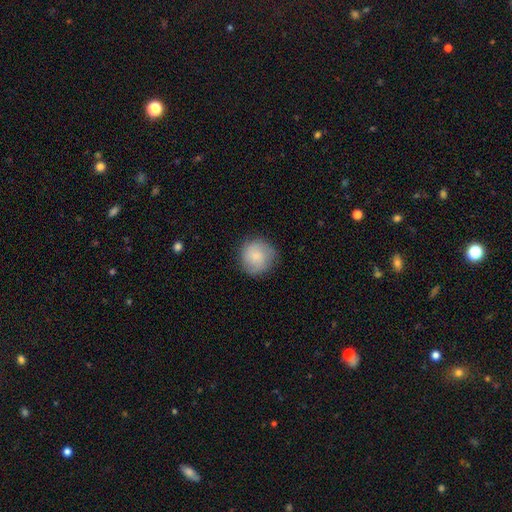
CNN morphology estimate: Overall: smooth (78%). How rounded: round (93%). Merging: none (82%).